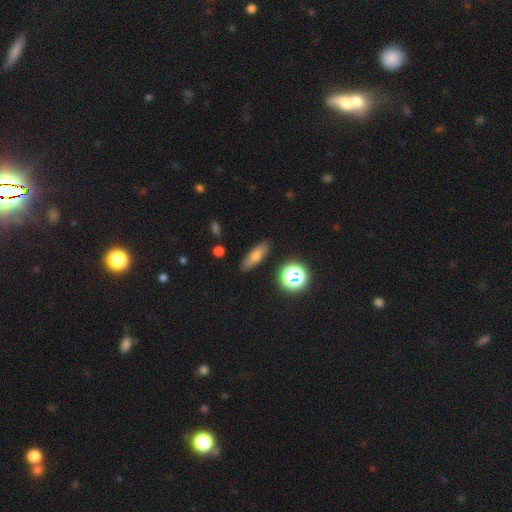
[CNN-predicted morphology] Smooth or featured? Predicted: smooth (p=0.63). How rounded? Predicted: in between (p=0.52). Merging? Predicted: none (p=0.85).